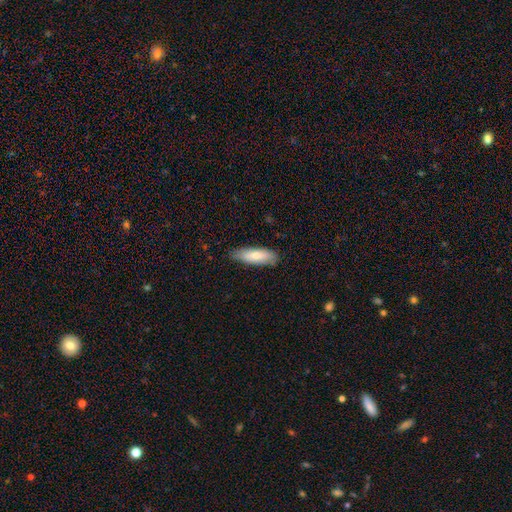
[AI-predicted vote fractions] smooth-or-featured: smooth: 71% | featured or disk: 23% | star or artifact: 6%
  how-rounded: in between: 52% | cigar-shaped: 46% | round: 2%
  merging: none: 82% | minor disturbance: 15% | major disturbance: 2% | merger: 1%